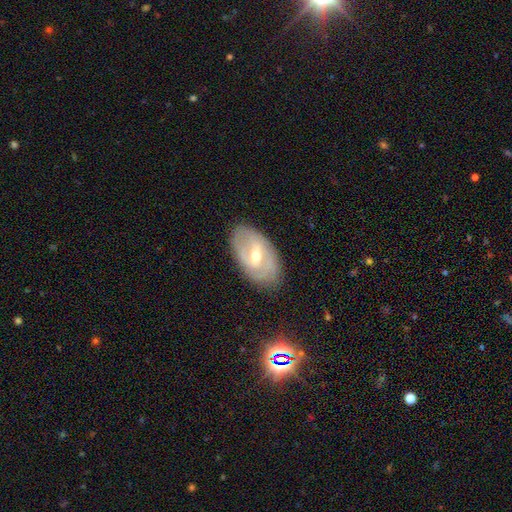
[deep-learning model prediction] Morphology: type=featured or disk (74%); edge-on=no (93%); bar=weak (52%); spiral arms=yes (78%); winding=tight (53%); arm count=2 (47%); bulge=moderate (63%); merging=none (80%).